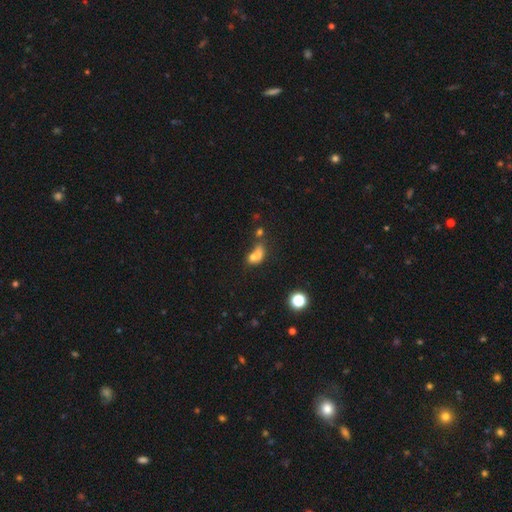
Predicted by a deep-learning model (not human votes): Overall: smooth (66%). How rounded: in between (57%; round 40%). Merging: merger (58%; none 22%).